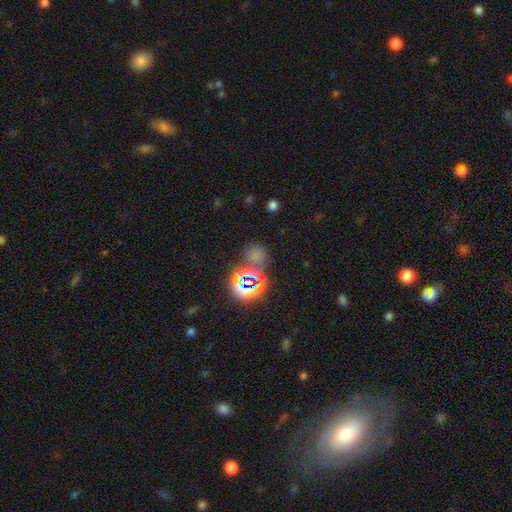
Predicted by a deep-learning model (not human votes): smooth 51%, star or artifact 42%, featured or disk 7%. Down the decision tree: how rounded — round (83%); merging — none (70%).